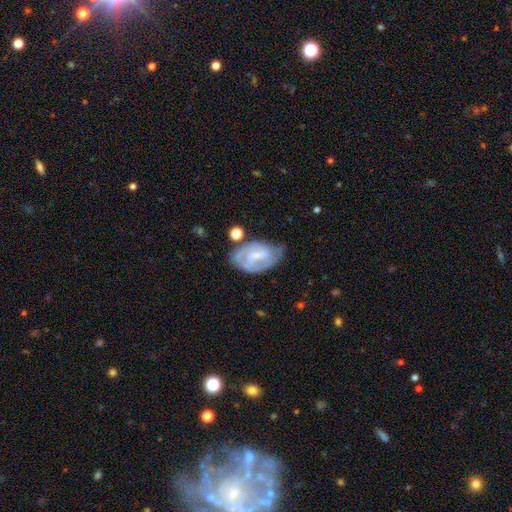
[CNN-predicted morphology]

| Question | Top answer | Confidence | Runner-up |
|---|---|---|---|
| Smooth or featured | featured or disk | 73% | smooth (21%) |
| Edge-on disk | no | 96% | yes (4%) |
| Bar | weak | 48% | no (39%) |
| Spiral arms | yes | 85% | no (15%) |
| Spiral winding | tight | 50% | medium (38%) |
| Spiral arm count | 2 | 46% | can't tell (31%) |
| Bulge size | small | 60% | moderate (25%) |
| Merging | none | 54% | minor disturbance (28%) |